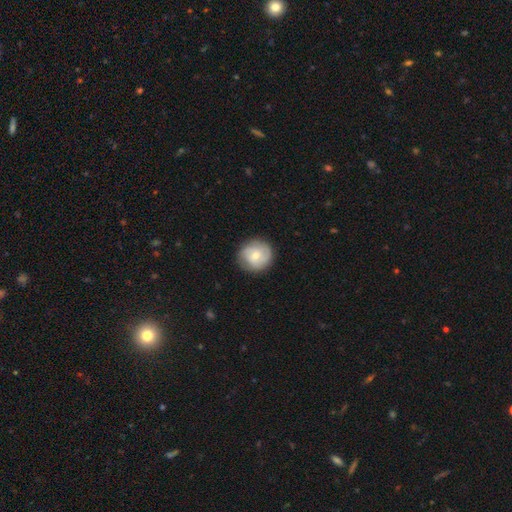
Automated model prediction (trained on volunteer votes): Q: Smooth or featured?
A: featured or disk (47%); runner-up: smooth (46%)
Q: Merging?
A: none (83%); runner-up: minor disturbance (12%)